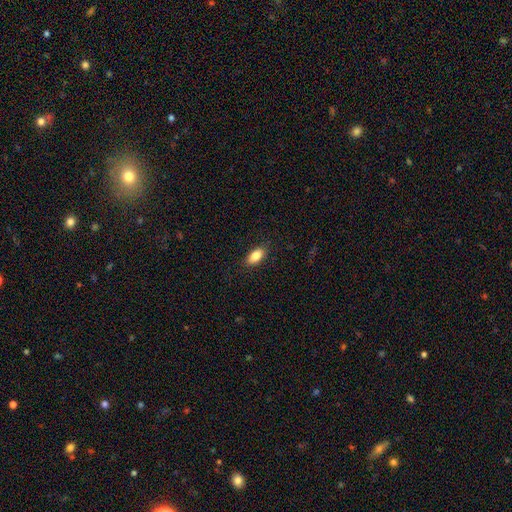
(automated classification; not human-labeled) smooth-or-featured: smooth: 84% | featured or disk: 8% | star or artifact: 8%
  how-rounded: in between: 89% | cigar-shaped: 6% | round: 5%
  merging: none: 86% | minor disturbance: 11% | major disturbance: 3% | merger: 1%